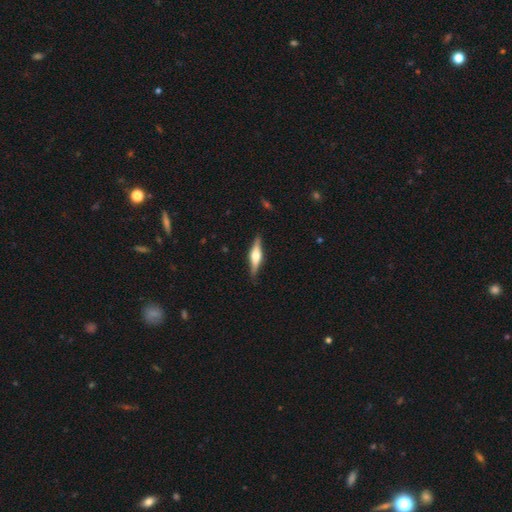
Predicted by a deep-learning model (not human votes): A featured or disk galaxy (69%) viewed edge-on (97%) with a rounded central bulge (89%).

Vote fractions:
- Smooth or featured? featured or disk: 69% / smooth: 25% / star or artifact: 5%
- Edge-on disk? yes: 97% / no: 3%
- Edge-on bulge? rounded: 89% / boxy: 9% / none: 2%
- Merging? none: 87% / minor disturbance: 10% / major disturbance: 2% / merger: 1%